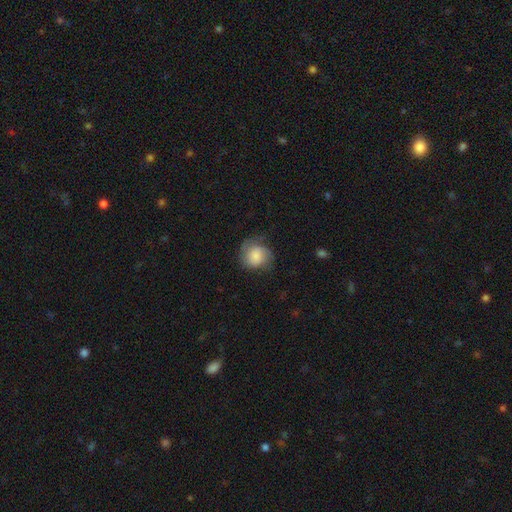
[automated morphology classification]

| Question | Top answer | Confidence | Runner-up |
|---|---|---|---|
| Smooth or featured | smooth | 71% | featured or disk (21%) |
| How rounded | round | 80% | in between (19%) |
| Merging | none | 61% | minor disturbance (26%) |